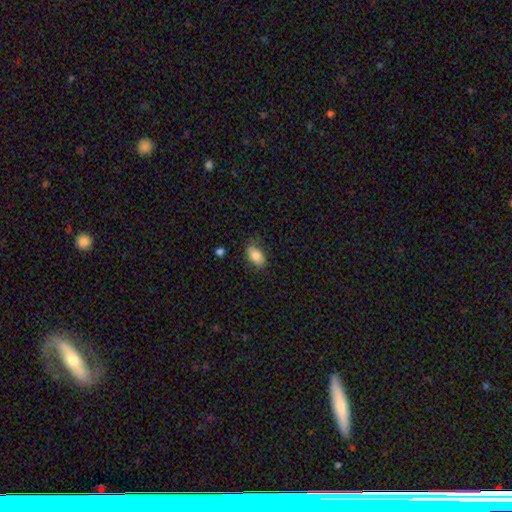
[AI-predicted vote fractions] This appears to be a smooth galaxy with no disk features (83%) that is in between round and cigar-shaped (91%). Merging: none (79%).